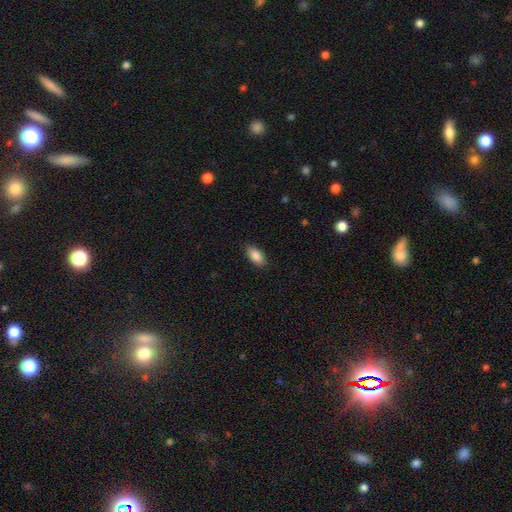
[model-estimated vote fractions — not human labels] Smooth or featured: smooth — 88% (star or artifact — 7%)
How rounded: in between — 92% (cigar-shaped — 5%)
Merging: none — 89% (minor disturbance — 8%)